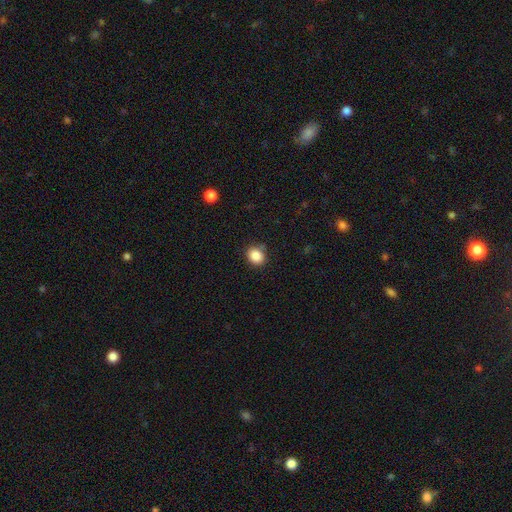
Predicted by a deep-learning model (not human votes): Overall: smooth (87%). How rounded: round (62%; in between 37%). Merging: none (83%).